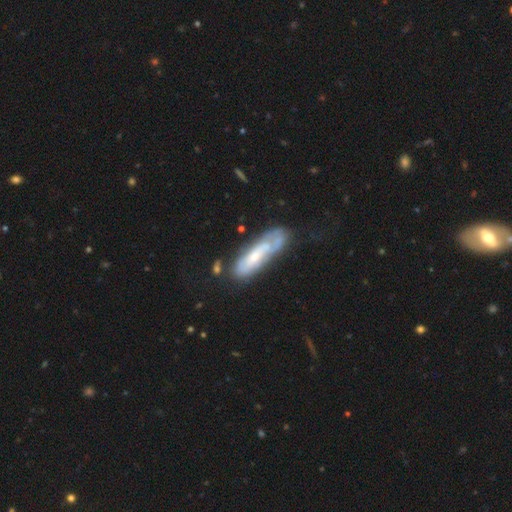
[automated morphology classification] This is possibly a featured or disk galaxy (54%). It is likely not viewed edge-on (72%). Merging: possibly none (51%).